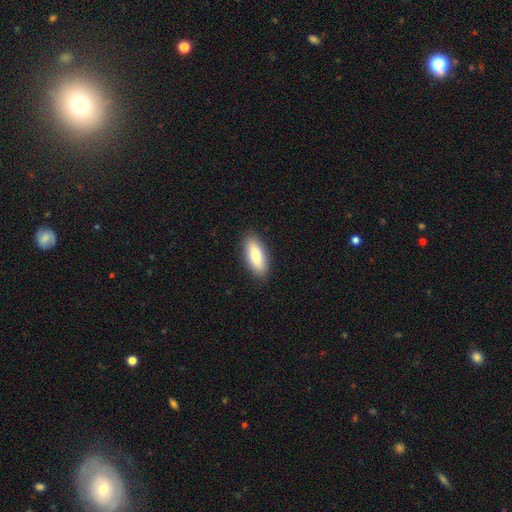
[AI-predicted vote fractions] The model was most divided on "how rounded": in between: 72%, cigar-shaped: 26%, round: 2%. More confident: merging — none (89%); smooth or featured — smooth (86%).